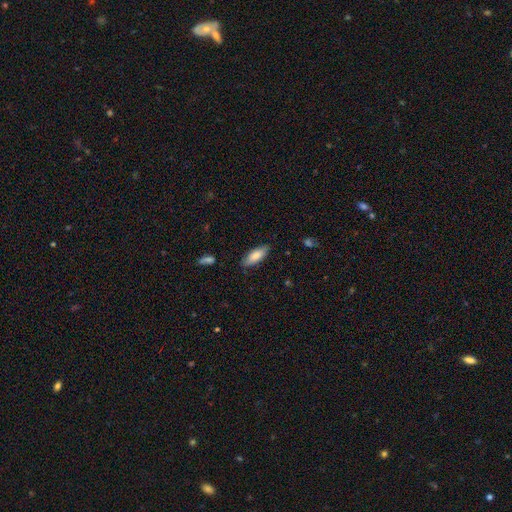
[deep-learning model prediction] This is clearly a smooth galaxy (80%). How rounded: likely in between (68%). Merging: clearly none (83%).